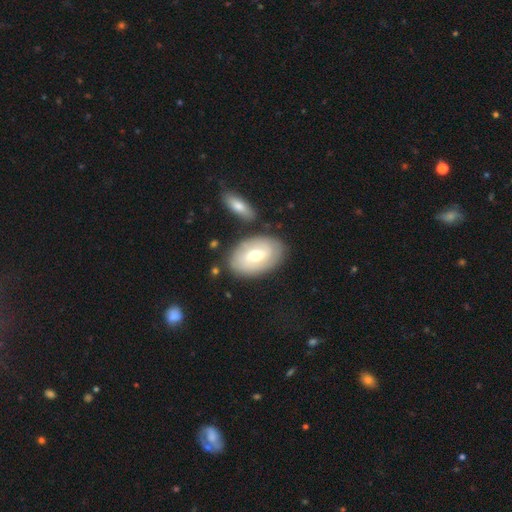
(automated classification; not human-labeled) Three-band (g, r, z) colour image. It shows a featured or disk galaxy (49%). Merging: none (77%).